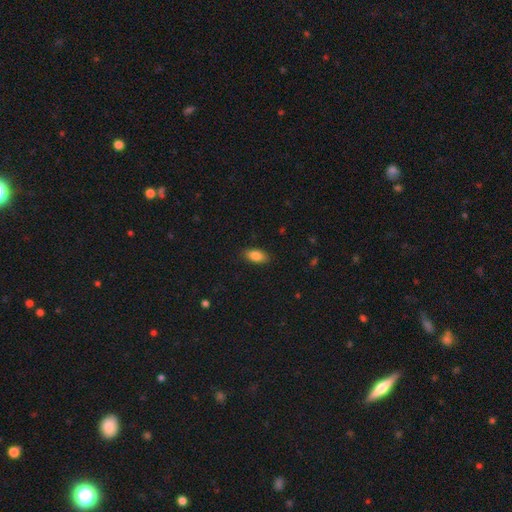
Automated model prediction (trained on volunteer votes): Smooth or featured? smooth (86%)
How rounded? in between (90%)
Merging? none (87%)